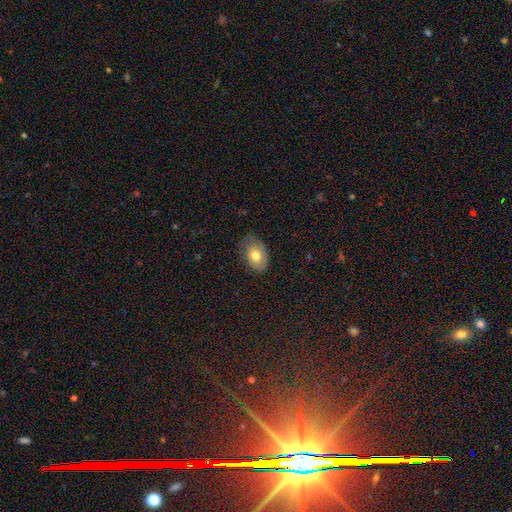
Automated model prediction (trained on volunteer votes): The model was most divided on "merging": none: 67%, minor disturbance: 26%, major disturbance: 6%, merger: 1%. More confident: how rounded — in between (84%); smooth or featured — smooth (71%).